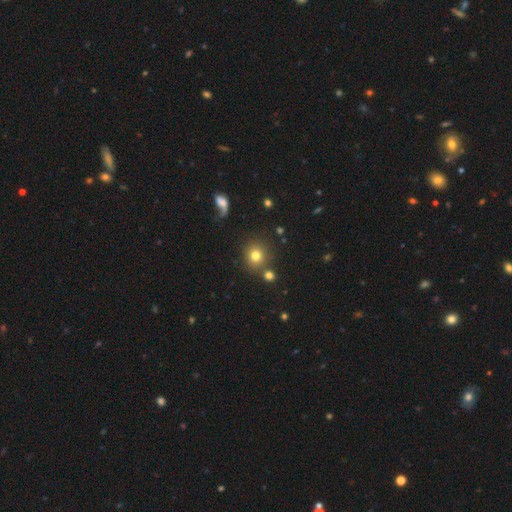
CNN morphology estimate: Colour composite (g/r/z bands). It shows a smooth galaxy with no disk features (77%) that is round (89%). Merging: none (79%).